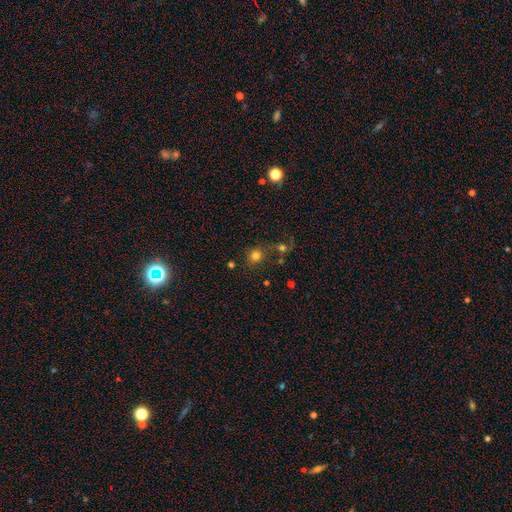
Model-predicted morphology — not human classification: Q: Smooth or featured?
A: smooth (76%); runner-up: star or artifact (14%)
Q: How rounded?
A: round (87%); runner-up: in between (12%)
Q: Merging?
A: none (56%); runner-up: merger (27%)